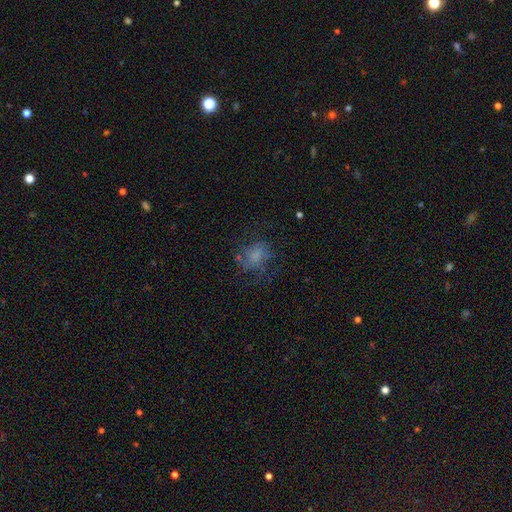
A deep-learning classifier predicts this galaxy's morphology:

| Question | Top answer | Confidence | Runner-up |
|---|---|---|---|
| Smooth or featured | smooth | 55% | featured or disk (29%) |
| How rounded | in between | 51% | round (47%) |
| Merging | none | 53% | major disturbance (24%) |